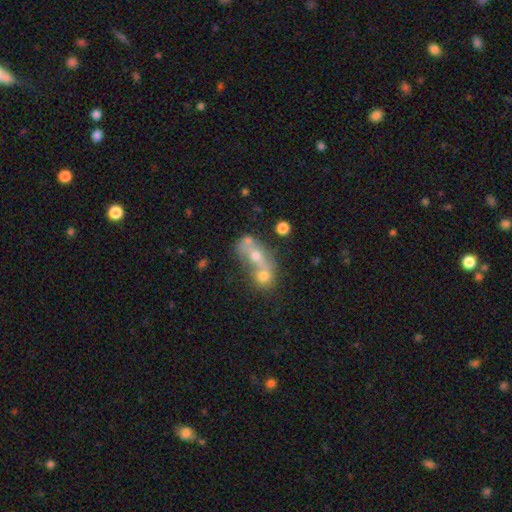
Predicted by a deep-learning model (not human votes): A smooth galaxy with no disk features (51%) that is in between round and cigar-shaped (62%). Merging: merger (65%).